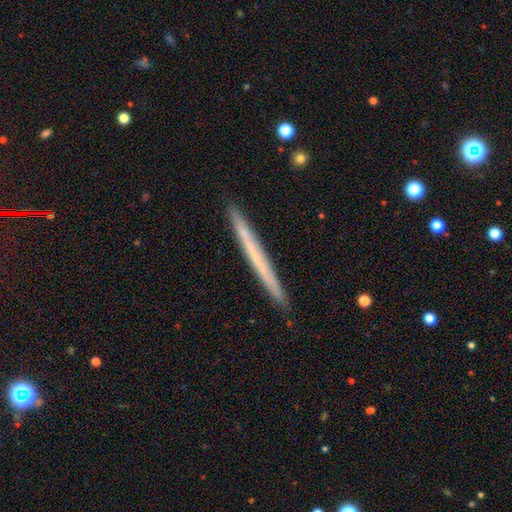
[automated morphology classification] Q: Smooth or featured?
A: smooth (51%); runner-up: featured or disk (43%)
Q: How rounded?
A: cigar-shaped (98%); runner-up: in between (1%)
Q: Merging?
A: none (92%); runner-up: minor disturbance (6%)